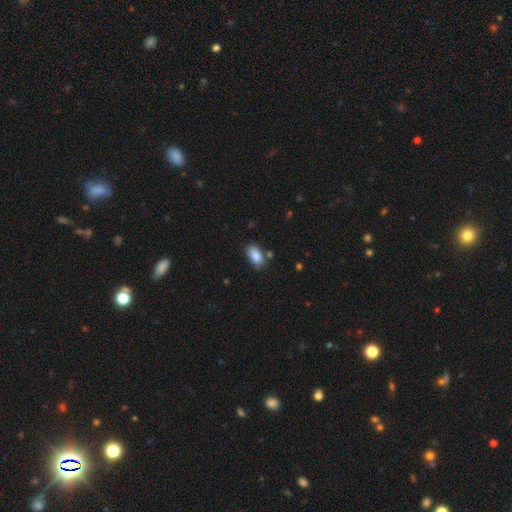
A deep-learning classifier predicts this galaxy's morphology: A smooth galaxy with no disk features (88%) that is in between round and cigar-shaped (92%).

Vote fractions:
- Smooth or featured? smooth: 88% / star or artifact: 7% / featured or disk: 4%
- How rounded? in between: 92% / round: 5% / cigar-shaped: 2%
- Merging? none: 76% / minor disturbance: 16% / merger: 5% / major disturbance: 3%